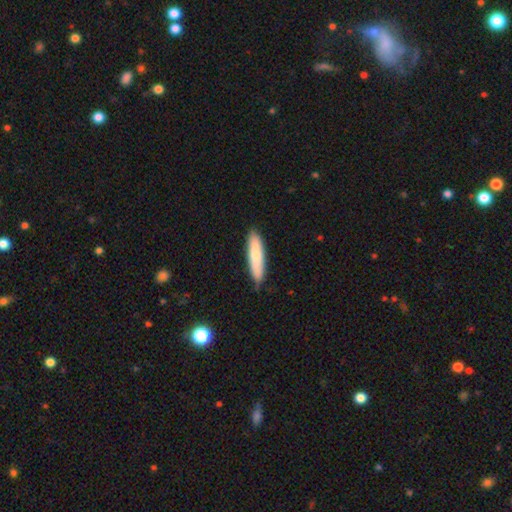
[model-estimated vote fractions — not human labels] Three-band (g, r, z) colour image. It shows a smooth galaxy with no disk features (74%) that is cigar-shaped (75%). Merging: none (83%).